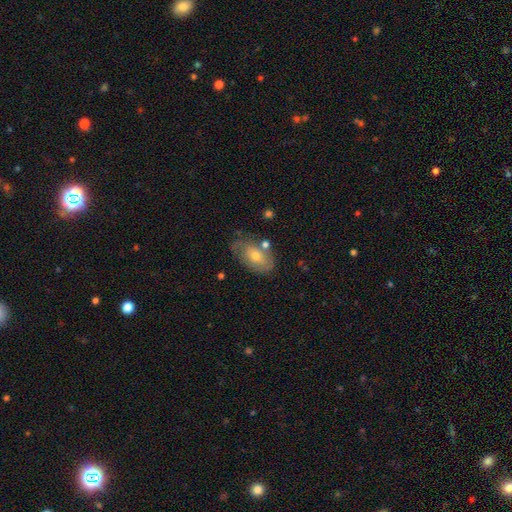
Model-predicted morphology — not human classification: The model was most divided on "smooth or featured": smooth: 48%, featured or disk: 44%, star or artifact: 8%. More confident: merging — none (59%).